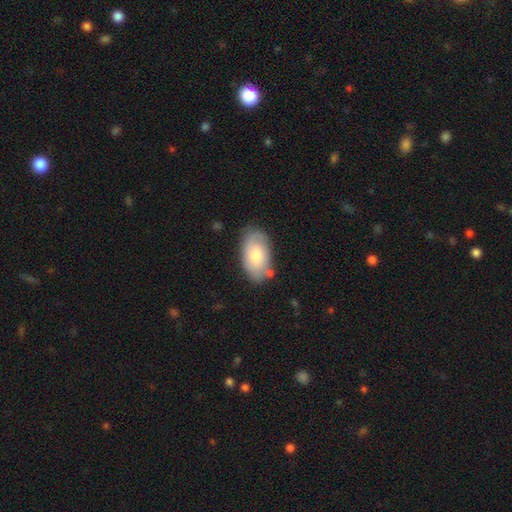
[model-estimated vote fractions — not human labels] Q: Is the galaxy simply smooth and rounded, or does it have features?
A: smooth — 69%.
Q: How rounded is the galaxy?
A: in between — 94%.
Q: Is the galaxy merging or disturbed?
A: none — 73%.